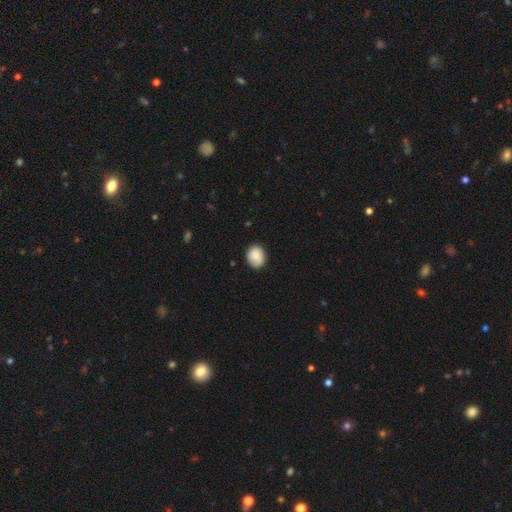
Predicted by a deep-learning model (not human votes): This is clearly a smooth galaxy (80%). How rounded: likely round (63%). Merging: likely none (78%).